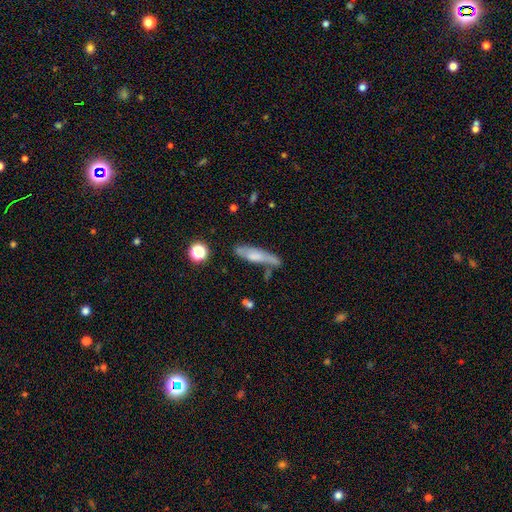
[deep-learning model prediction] Smooth or featured? Predicted: smooth (p=0.59). How rounded? Predicted: cigar-shaped (p=0.76). Merging? Predicted: none (p=0.51).